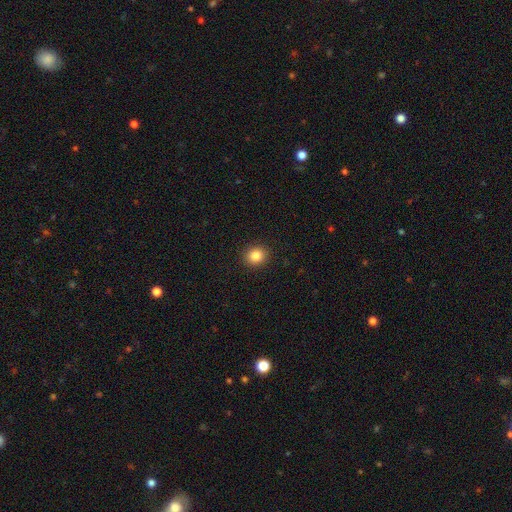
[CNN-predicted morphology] smooth-or-featured: smooth: 85% | star or artifact: 10% | featured or disk: 5%
  how-rounded: round: 80% | in between: 19% | cigar-shaped: 1%
  merging: none: 92% | minor disturbance: 6% | major disturbance: 2% | merger: 1%